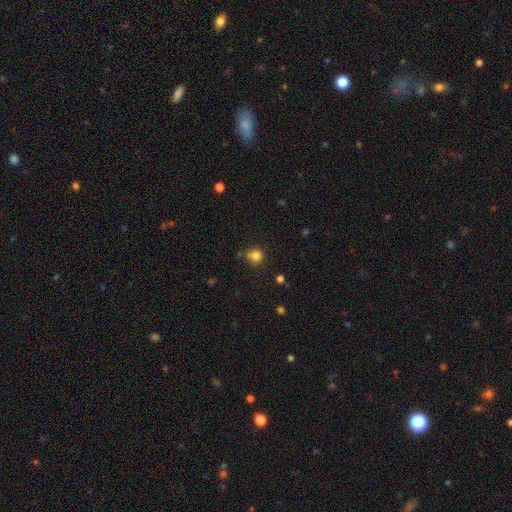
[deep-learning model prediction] Smooth or featured? smooth (82%)
How rounded? round (89%)
Merging? none (71%)